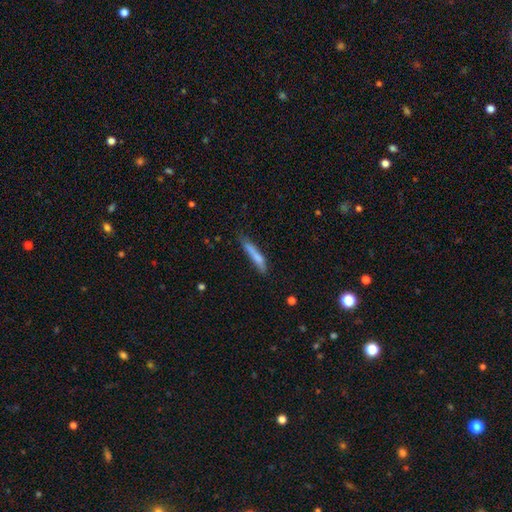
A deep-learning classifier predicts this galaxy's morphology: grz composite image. It shows a smooth galaxy with no disk features (74%) that is cigar-shaped (90%). Merging: none (63%).